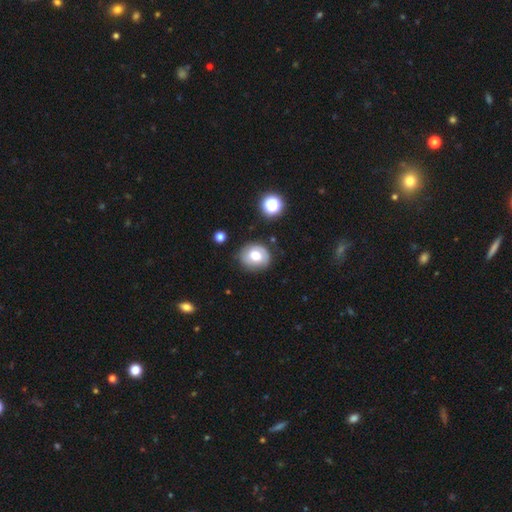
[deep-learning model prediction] Smooth or featured?
  - smooth: 61% *
  - featured or disk: 30%
  - star or artifact: 10%
How rounded?
  - round: 73% *
  - in between: 26%
  - cigar-shaped: 1%
Merging?
  - none: 78% *
  - minor disturbance: 15%
  - major disturbance: 4%
  - merger: 2%